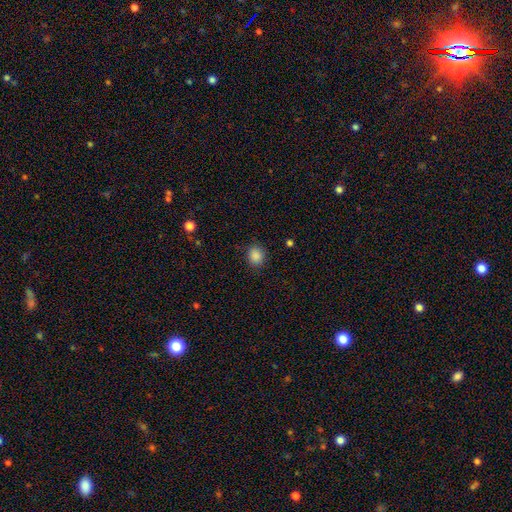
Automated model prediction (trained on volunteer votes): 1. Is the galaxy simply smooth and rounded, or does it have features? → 87% smooth, 10% star or artifact, 3% featured or disk.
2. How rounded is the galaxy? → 66% round, 33% in between, 1% cigar-shaped.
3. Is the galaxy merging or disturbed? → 87% none, 9% minor disturbance, 3% major disturbance, 1% merger.